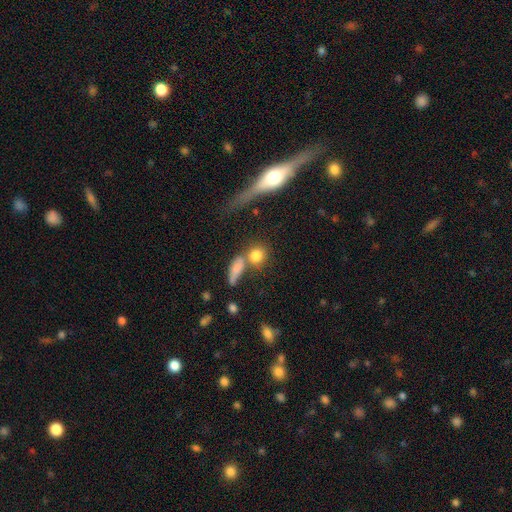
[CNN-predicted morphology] A smooth galaxy with no disk features (78%) that is round (69%). Merging: none (50%).